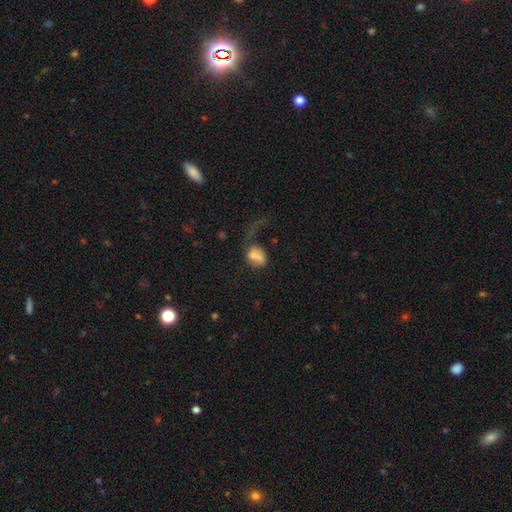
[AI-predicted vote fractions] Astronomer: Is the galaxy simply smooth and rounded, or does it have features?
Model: smooth — 63%.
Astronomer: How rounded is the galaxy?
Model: in between — 65%.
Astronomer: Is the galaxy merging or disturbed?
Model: major disturbance — 45% (runner-up: none, 23%).